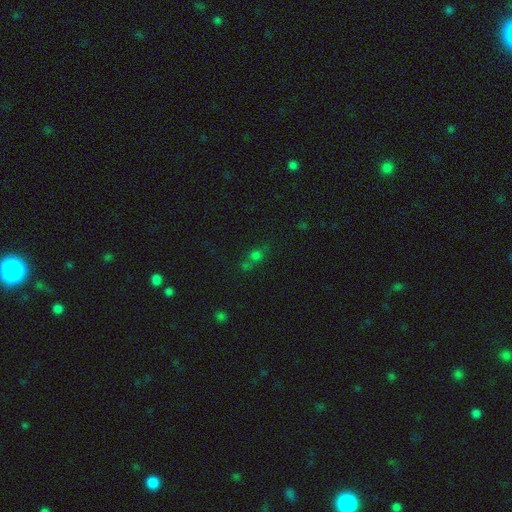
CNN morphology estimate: Overall: smooth (46%; star or artifact 41%). Merging: none (54%; merger 25%).